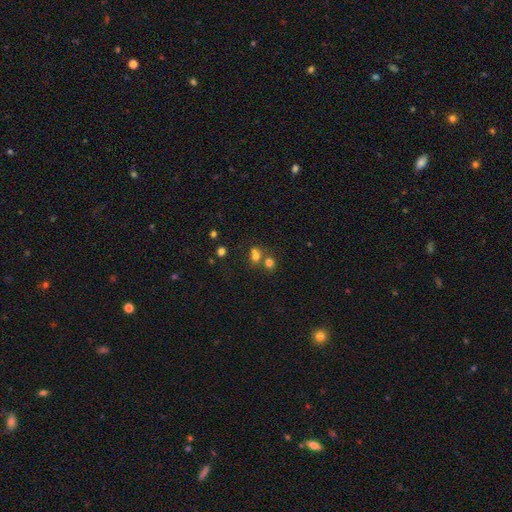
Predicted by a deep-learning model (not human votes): Overall: smooth (71%). How rounded: round (62%; in between 36%). Merging: merger (50%; none 38%).